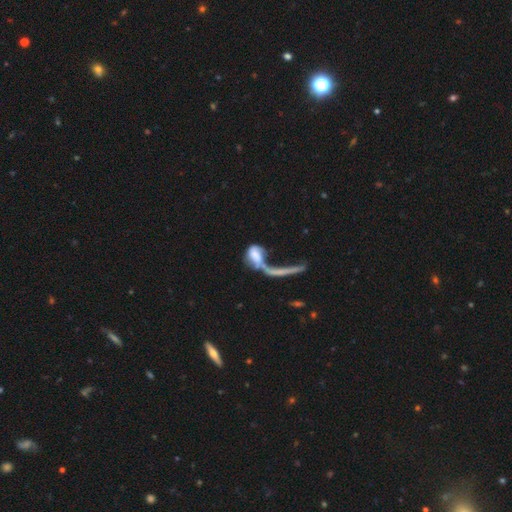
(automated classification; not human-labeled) Overall: smooth (53%; featured or disk 37%). How rounded: in between (71%). Merging: merger (49%; major disturbance 31%).